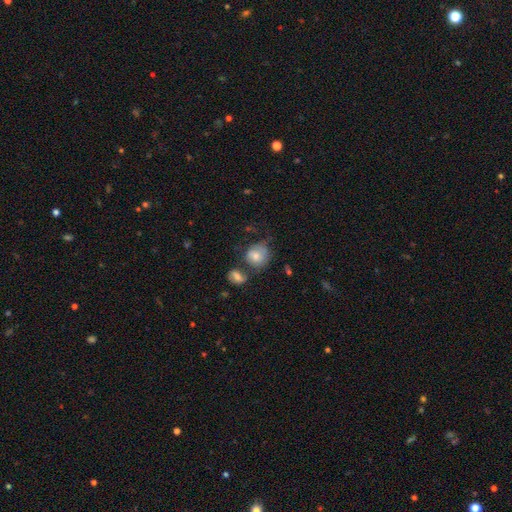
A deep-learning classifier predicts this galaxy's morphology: This appears to be a smooth galaxy with no disk features (65%) that is round (75%). Merging: none (49%).